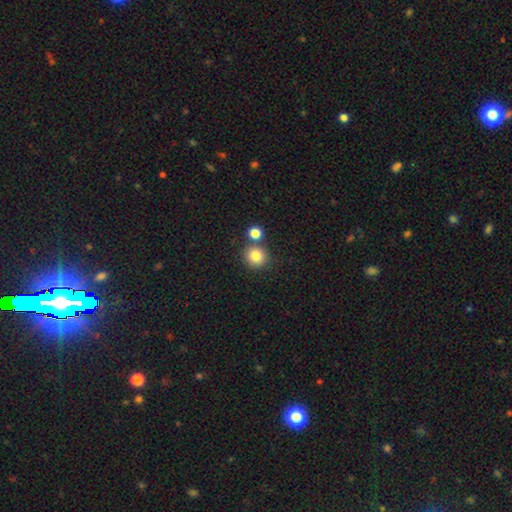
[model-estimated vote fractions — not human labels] Smooth or featured?
  - smooth: 82% *
  - star or artifact: 11%
  - featured or disk: 7%
How rounded?
  - round: 89% *
  - in between: 10%
  - cigar-shaped: 1%
Merging?
  - none: 72% *
  - merger: 18%
  - minor disturbance: 8%
  - major disturbance: 3%